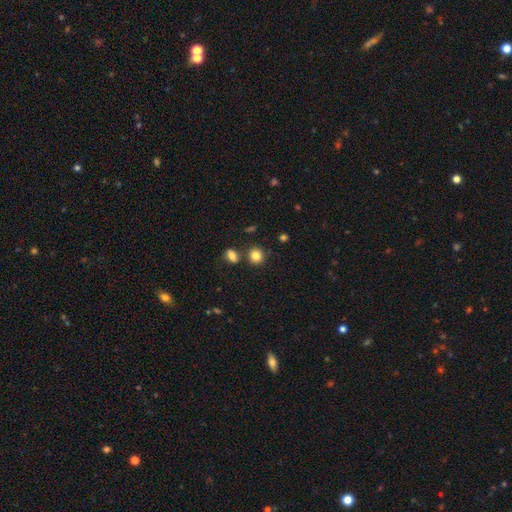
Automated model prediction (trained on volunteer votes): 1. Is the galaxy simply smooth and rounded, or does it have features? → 84% smooth, 10% star or artifact, 6% featured or disk.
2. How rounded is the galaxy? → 83% round, 16% in between, 1% cigar-shaped.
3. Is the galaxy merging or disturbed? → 76% none, 11% merger, 10% minor disturbance, 3% major disturbance.